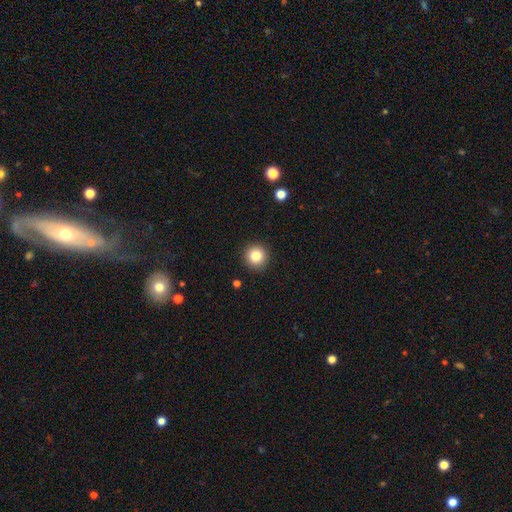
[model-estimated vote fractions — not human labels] smooth-or-featured: smooth: 83% | star or artifact: 10% | featured or disk: 7%
  how-rounded: round: 94% | in between: 5% | cigar-shaped: 1%
  merging: none: 92% | minor disturbance: 5% | major disturbance: 2% | merger: 1%